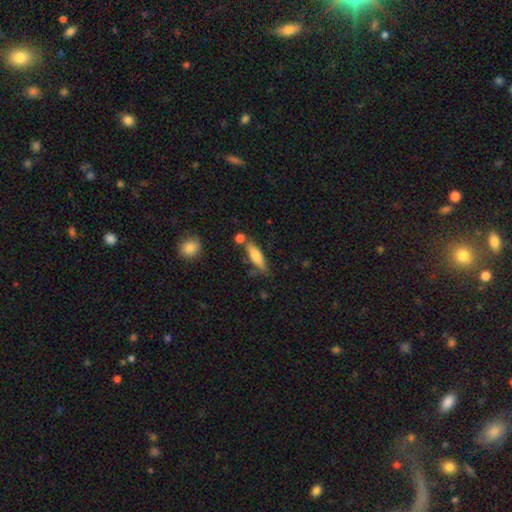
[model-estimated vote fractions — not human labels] Morphology: type=smooth (68%); roundness=cigar-shaped (65%); merging=none (67%).